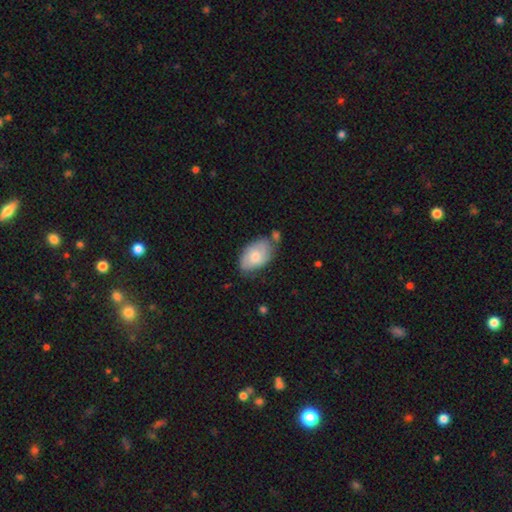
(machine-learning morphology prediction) Smooth or featured?
  - smooth: 60% *
  - featured or disk: 34%
  - star or artifact: 6%
How rounded?
  - in between: 91% *
  - round: 7%
  - cigar-shaped: 2%
Merging?
  - none: 57% *
  - minor disturbance: 26%
  - merger: 10%
  - major disturbance: 6%